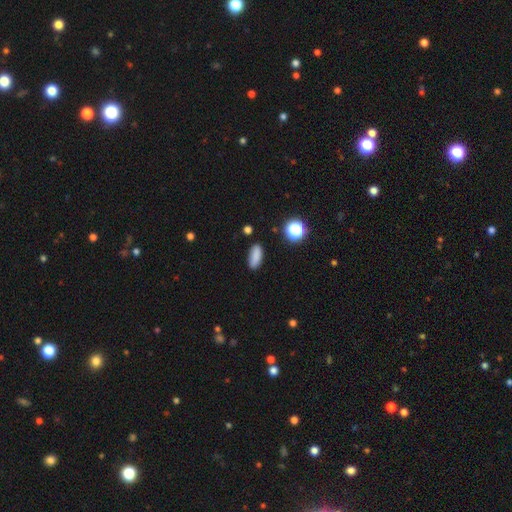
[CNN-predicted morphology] Smooth or featured? smooth (85%)
How rounded? in between (77%)
Merging? none (86%)